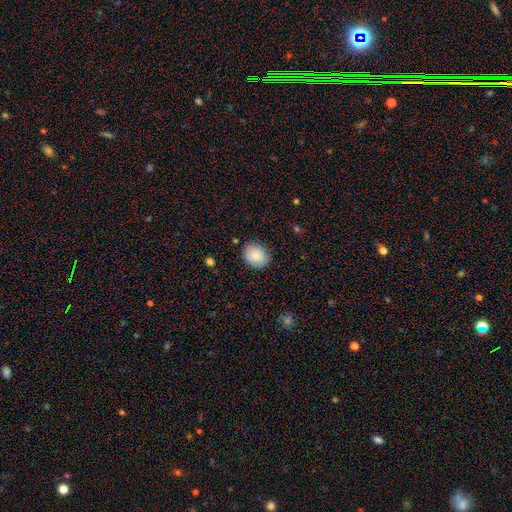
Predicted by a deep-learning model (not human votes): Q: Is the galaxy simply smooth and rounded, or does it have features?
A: smooth — 83%.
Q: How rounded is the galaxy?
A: in between — 50%.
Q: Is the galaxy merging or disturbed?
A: none — 84%.